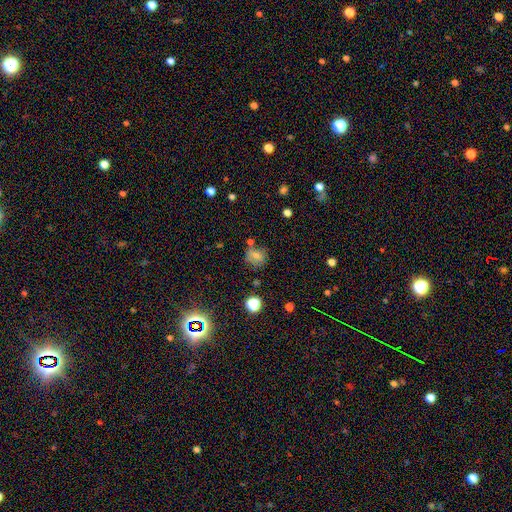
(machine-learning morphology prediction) Smooth or featured?
  - smooth: 67% *
  - star or artifact: 17%
  - featured or disk: 16%
How rounded?
  - round: 82% *
  - in between: 17%
  - cigar-shaped: 1%
Merging?
  - none: 65% *
  - minor disturbance: 17%
  - merger: 12%
  - major disturbance: 6%